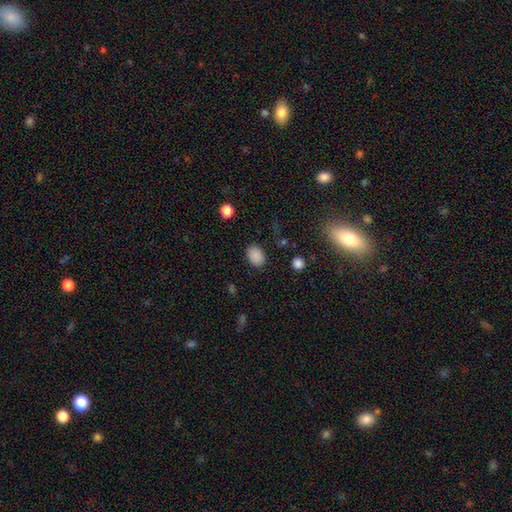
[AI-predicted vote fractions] Smooth or featured? smooth (86%)
How rounded? in between (75%)
Merging? none (86%)